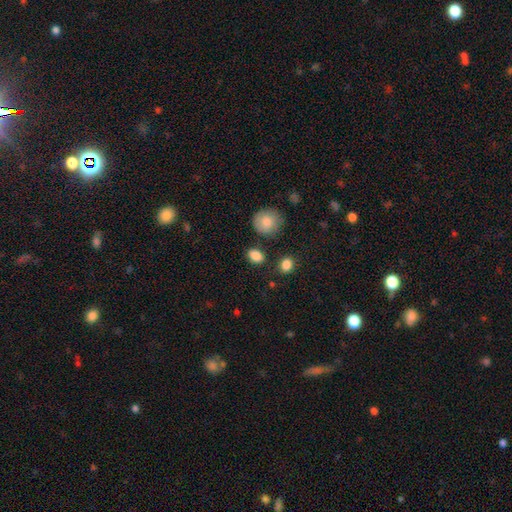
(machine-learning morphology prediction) A smooth galaxy with no disk features (86%) that is in between round and cigar-shaped (69%).

Vote fractions:
- Smooth or featured? smooth: 86% / star or artifact: 9% / featured or disk: 4%
- How rounded? in between: 69% / round: 30% / cigar-shaped: 2%
- Merging? none: 81% / minor disturbance: 11% / merger: 4% / major disturbance: 3%